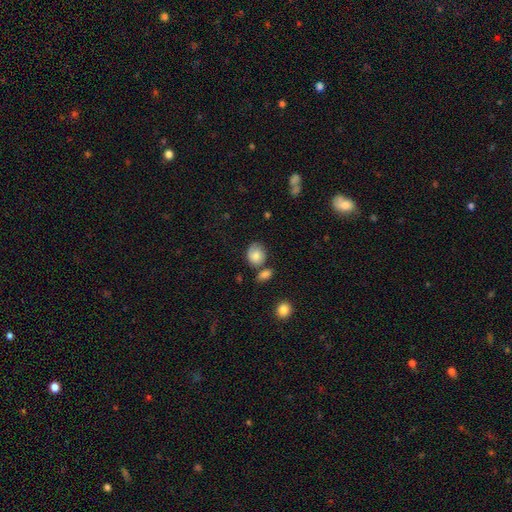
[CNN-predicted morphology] Overall: smooth (68%). How rounded: round (62%; in between 36%). Merging: none (53%; minor disturbance 23%).